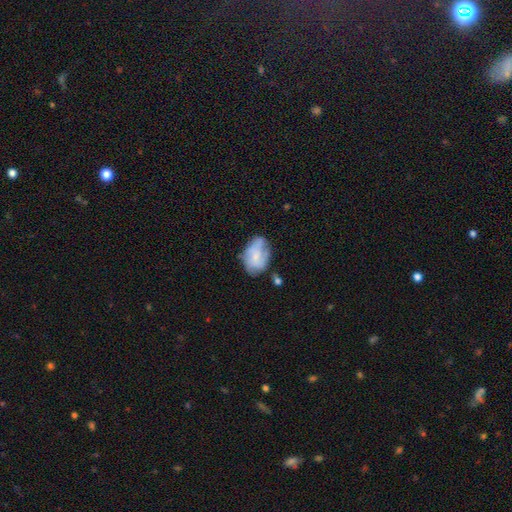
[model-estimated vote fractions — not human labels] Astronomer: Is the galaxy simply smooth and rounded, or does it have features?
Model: smooth — 47% (runner-up: featured or disk, 45%).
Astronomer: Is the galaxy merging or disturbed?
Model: none — 50% (runner-up: minor disturbance, 30%).